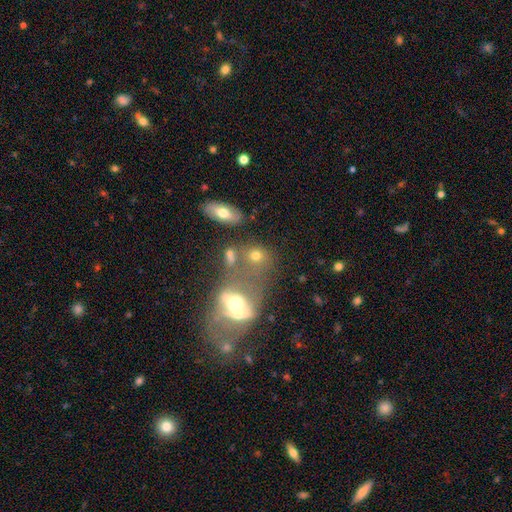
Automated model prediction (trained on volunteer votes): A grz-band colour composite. It shows a smooth galaxy with no disk features (68%) that is round (57%). Merging: none (42%).